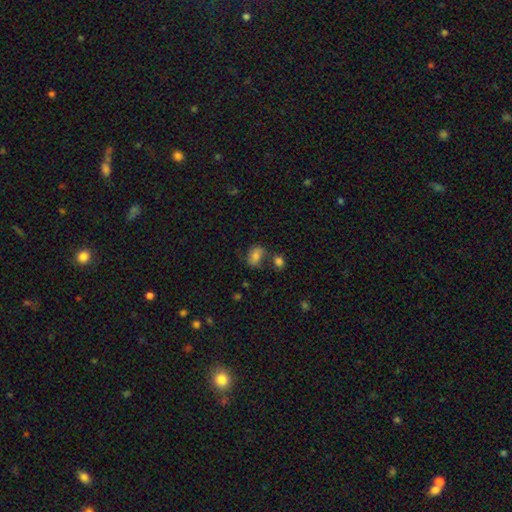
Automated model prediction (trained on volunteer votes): Smooth or featured: smooth — 74% (featured or disk — 15%)
How rounded: in between — 75% (round — 23%)
Merging: none — 53% (merger — 20%)